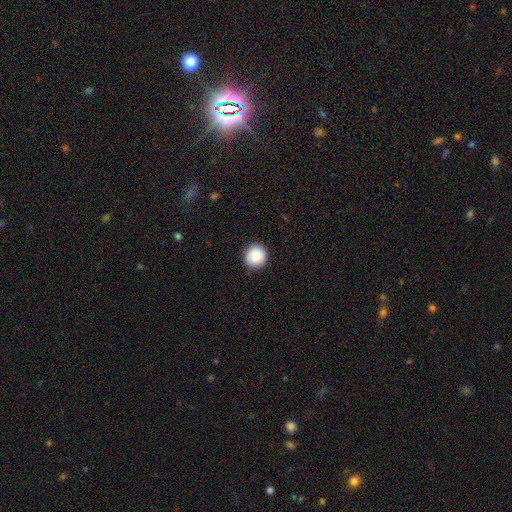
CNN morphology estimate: The model was most divided on "merging": none: 89%, minor disturbance: 8%, major disturbance: 2%, merger: 1%. More confident: how rounded — round (93%); smooth or featured — smooth (88%).